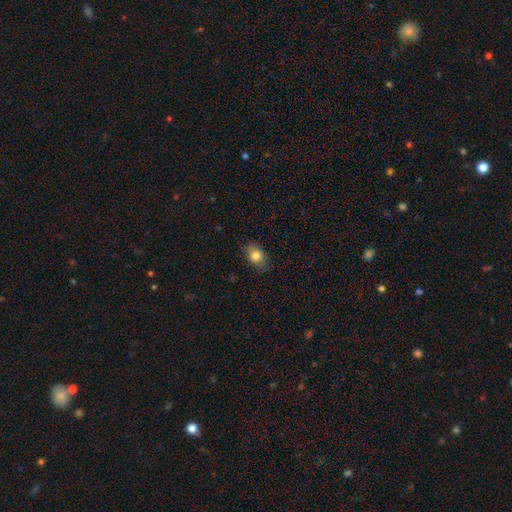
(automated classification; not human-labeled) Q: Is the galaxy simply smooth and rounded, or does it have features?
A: smooth — 82%.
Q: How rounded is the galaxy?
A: in between — 70%.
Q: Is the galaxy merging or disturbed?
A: none — 79%.